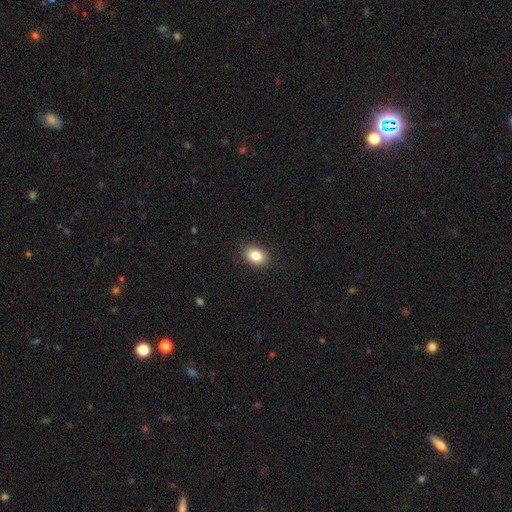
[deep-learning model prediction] This appears to be a smooth galaxy with no disk features (84%) that is in between round and cigar-shaped (71%). Merging: none (89%).